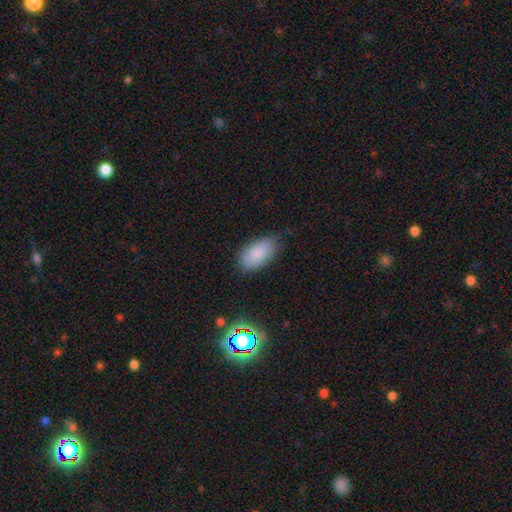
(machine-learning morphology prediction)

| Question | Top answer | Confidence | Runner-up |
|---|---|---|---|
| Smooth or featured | smooth | 85% | star or artifact (9%) |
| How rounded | in between | 93% | round (4%) |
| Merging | none | 70% | minor disturbance (24%) |